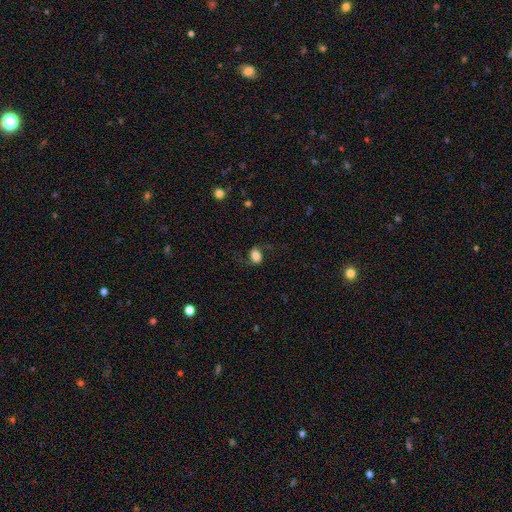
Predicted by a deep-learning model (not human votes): Smooth or featured?
  - smooth: 75% *
  - featured or disk: 15%
  - star or artifact: 10%
How rounded?
  - in between: 66% *
  - round: 33%
  - cigar-shaped: 1%
Merging?
  - none: 68% *
  - minor disturbance: 19%
  - major disturbance: 11%
  - merger: 1%